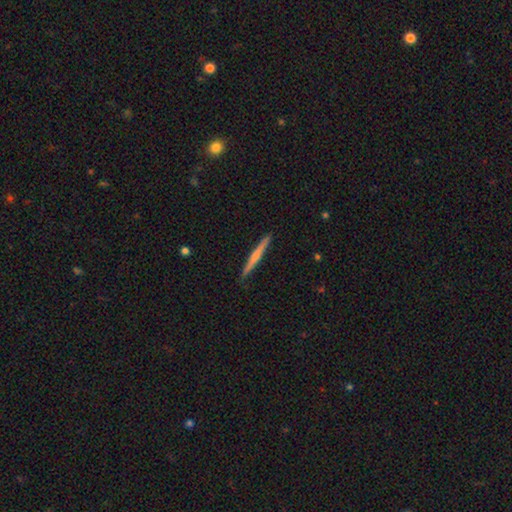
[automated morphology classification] This appears to be a featured or disk galaxy (56%) viewed edge-on (98%) with a rounded central bulge (58%). Merging: none (91%).